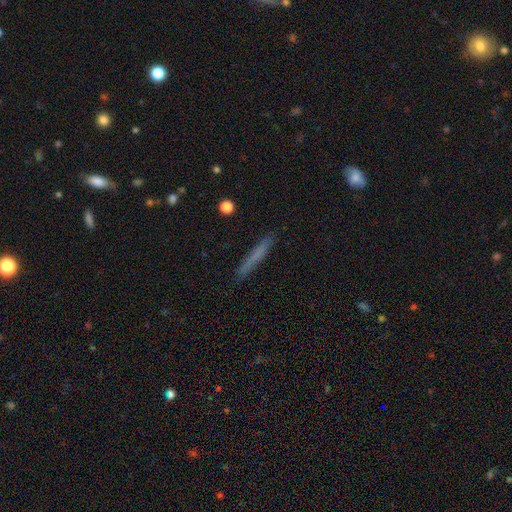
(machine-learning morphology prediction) The model was most divided on "smooth or featured": smooth: 65%, featured or disk: 28%, star or artifact: 7%. More confident: how rounded — cigar-shaped (96%); merging — none (88%).